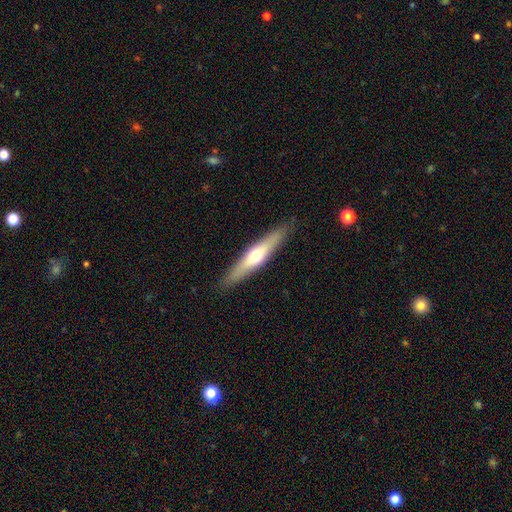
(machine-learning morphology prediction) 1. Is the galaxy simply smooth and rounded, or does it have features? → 51% featured or disk, 43% smooth, 5% star or artifact.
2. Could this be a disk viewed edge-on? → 89% yes, 11% no.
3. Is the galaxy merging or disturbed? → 89% none, 8% minor disturbance, 2% major disturbance, 1% merger.